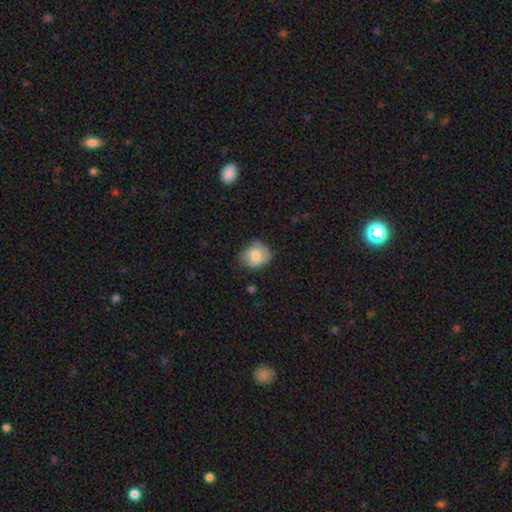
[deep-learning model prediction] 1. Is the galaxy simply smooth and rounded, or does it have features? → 77% smooth, 15% featured or disk, 8% star or artifact.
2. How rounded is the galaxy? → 62% round, 37% in between, 1% cigar-shaped.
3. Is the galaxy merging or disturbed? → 63% none, 29% minor disturbance, 6% major disturbance, 2% merger.